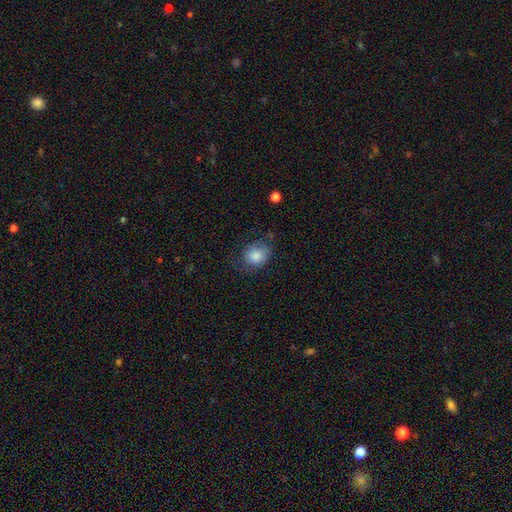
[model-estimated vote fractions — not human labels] Morphology: type=smooth (75%); roundness=round (55%); merging=none (57%).